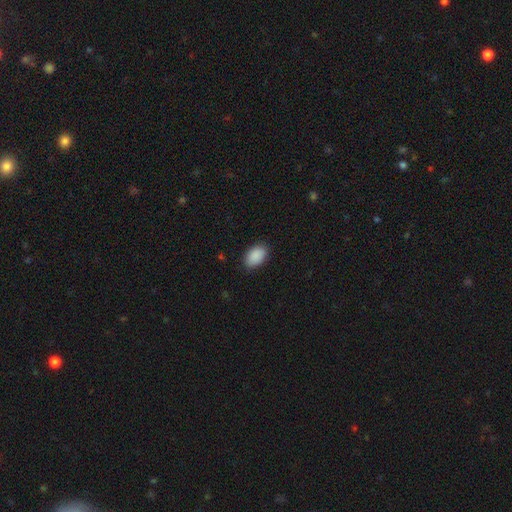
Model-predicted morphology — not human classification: Smooth or featured?
  - smooth: 90% *
  - star or artifact: 7%
  - featured or disk: 3%
How rounded?
  - in between: 91% *
  - round: 8%
  - cigar-shaped: 1%
Merging?
  - none: 85% *
  - minor disturbance: 12%
  - major disturbance: 2%
  - merger: 1%